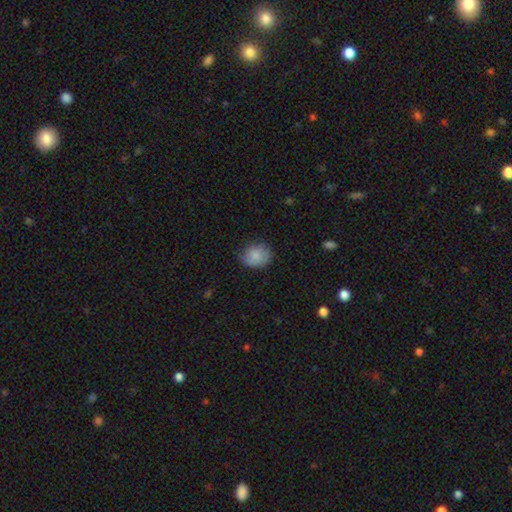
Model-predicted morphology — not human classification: smooth_or_featured: smooth (p=0.81) [alt: featured or disk p=0.12]
how_rounded: round (p=0.54) [alt: in between p=0.45]
merging: none (p=0.71) [alt: minor disturbance p=0.23]